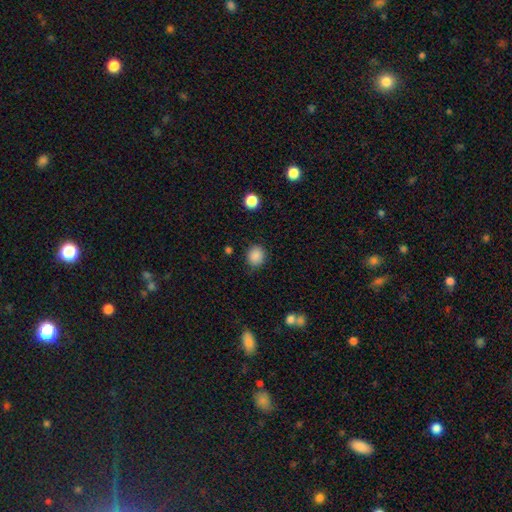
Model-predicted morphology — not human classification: Smooth or featured? Predicted: smooth (p=0.87). How rounded? Predicted: round (p=0.80). Merging? Predicted: none (p=0.84).